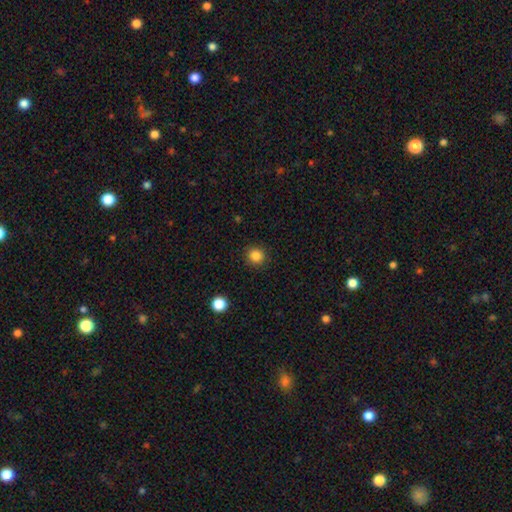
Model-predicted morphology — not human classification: A smooth galaxy with no disk features (85%) that is round (89%). Merging: none (91%).